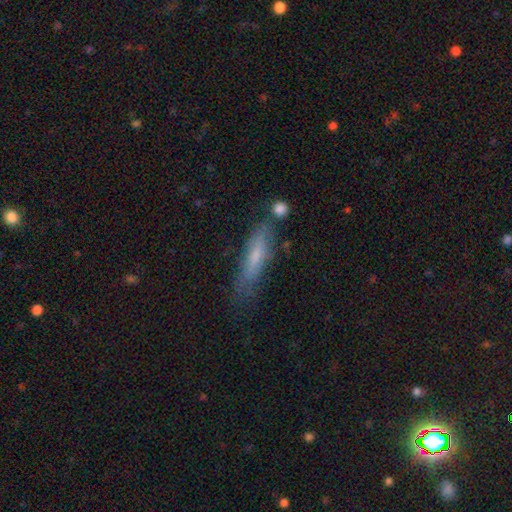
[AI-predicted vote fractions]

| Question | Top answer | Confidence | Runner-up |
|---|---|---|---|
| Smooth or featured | smooth | 58% | featured or disk (34%) |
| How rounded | cigar-shaped | 76% | in between (22%) |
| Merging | none | 64% | minor disturbance (22%) |